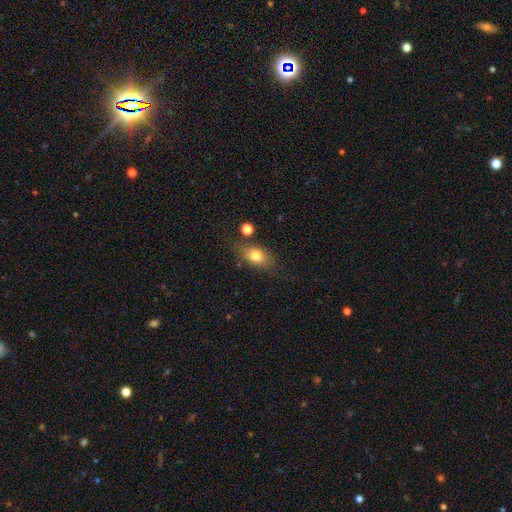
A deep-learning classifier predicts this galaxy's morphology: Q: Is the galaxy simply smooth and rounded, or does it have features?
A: smooth — 77%.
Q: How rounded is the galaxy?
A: in between — 75%.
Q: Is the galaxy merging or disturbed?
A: none — 67%.